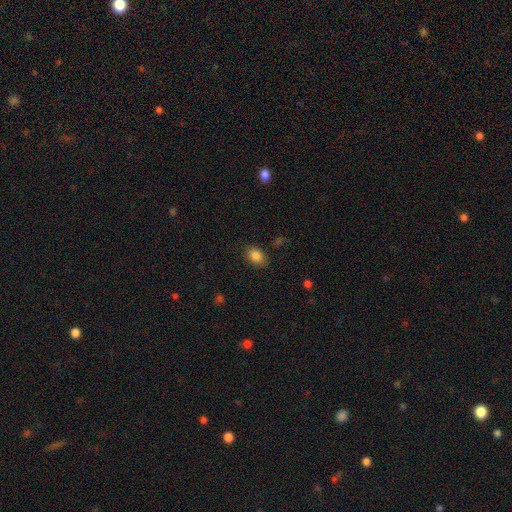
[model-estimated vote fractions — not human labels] A smooth galaxy with no disk features (85%) that is in between round and cigar-shaped (75%). Merging: none (82%).